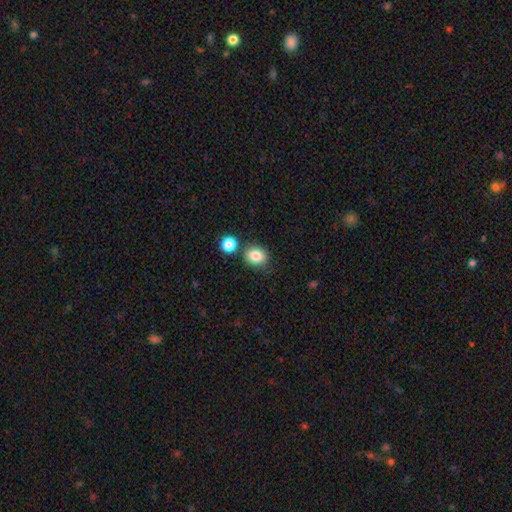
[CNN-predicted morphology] This is clearly a smooth galaxy (83%). How rounded: likely round (60%). Merging: likely none (74%).